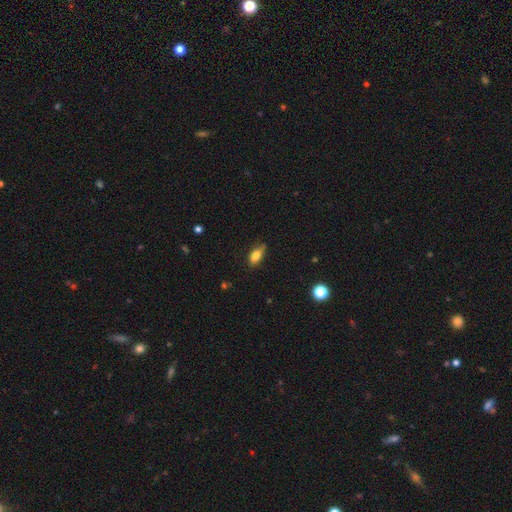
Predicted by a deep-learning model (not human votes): Q: Smooth or featured?
A: smooth (79%); runner-up: featured or disk (12%)
Q: How rounded?
A: in between (84%); runner-up: cigar-shaped (12%)
Q: Merging?
A: none (74%); runner-up: minor disturbance (21%)